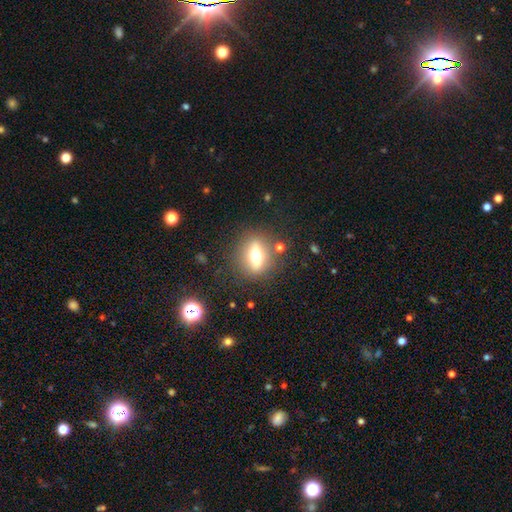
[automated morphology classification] smooth_or_featured: smooth (p=0.45) [alt: featured or disk p=0.44]
merging: none (p=0.82) [alt: minor disturbance p=0.10]